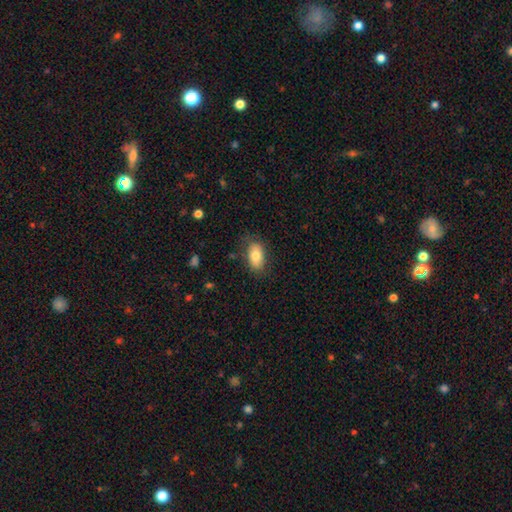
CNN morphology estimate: Q: Smooth or featured?
A: smooth (79%); runner-up: featured or disk (14%)
Q: How rounded?
A: in between (91%); runner-up: round (6%)
Q: Merging?
A: none (78%); runner-up: minor disturbance (16%)